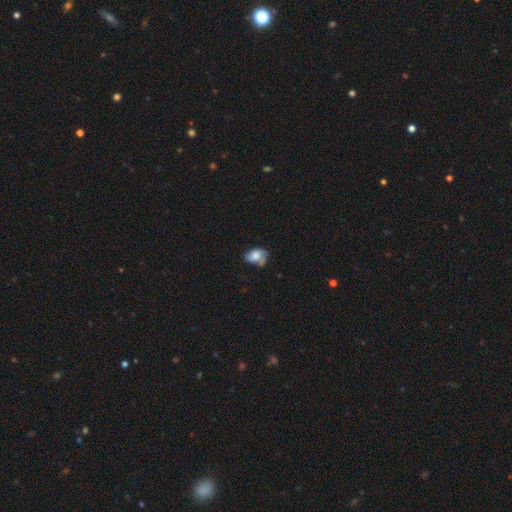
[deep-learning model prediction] Smooth or featured?
  - smooth: 60% *
  - featured or disk: 32%
  - star or artifact: 9%
How rounded?
  - in between: 77% *
  - round: 21%
  - cigar-shaped: 1%
Merging?
  - none: 39% *
  - minor disturbance: 34%
  - major disturbance: 18%
  - merger: 9%